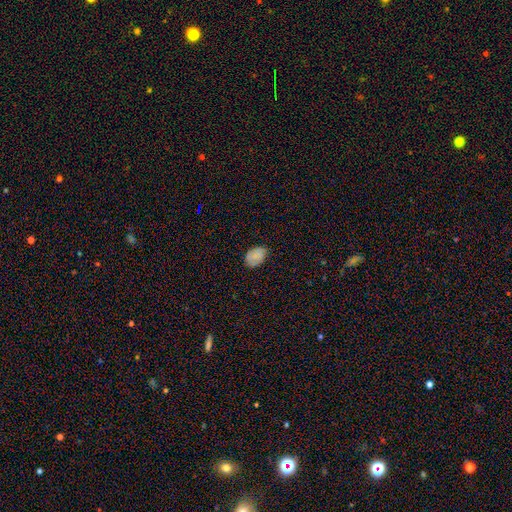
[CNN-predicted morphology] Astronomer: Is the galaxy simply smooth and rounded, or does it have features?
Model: smooth — 79%.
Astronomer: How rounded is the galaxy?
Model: in between — 86%.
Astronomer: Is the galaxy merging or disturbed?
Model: none — 77%.